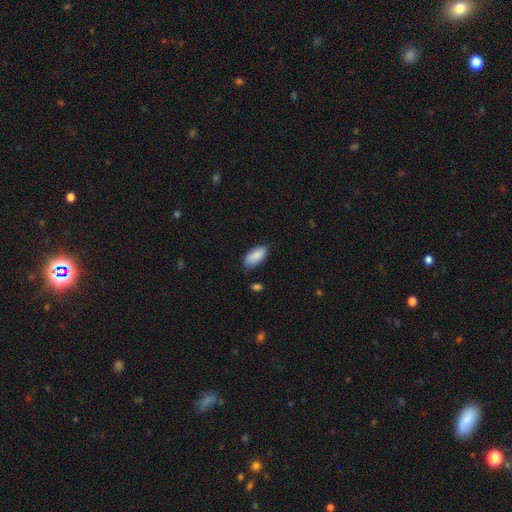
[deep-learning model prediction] This appears to be a smooth galaxy with no disk features (89%) that is in between round and cigar-shaped (90%). Merging: none (80%).